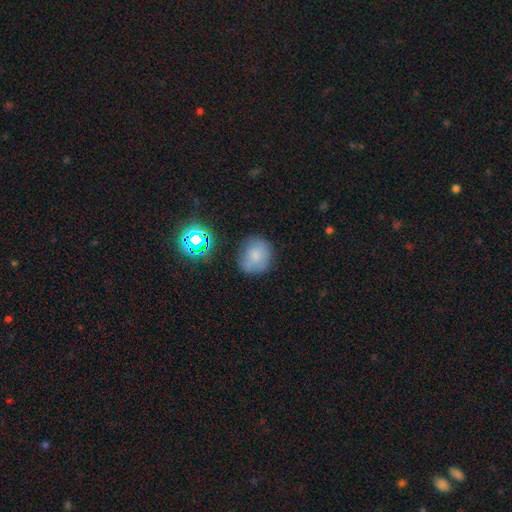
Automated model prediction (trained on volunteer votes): A smooth galaxy with no disk features (69%) that is round (79%).

Vote fractions:
- Smooth or featured? smooth: 69% / star or artifact: 17% / featured or disk: 14%
- How rounded? round: 79% / in between: 20% / cigar-shaped: 1%
- Merging? none: 67% / minor disturbance: 21% / major disturbance: 7% / merger: 5%